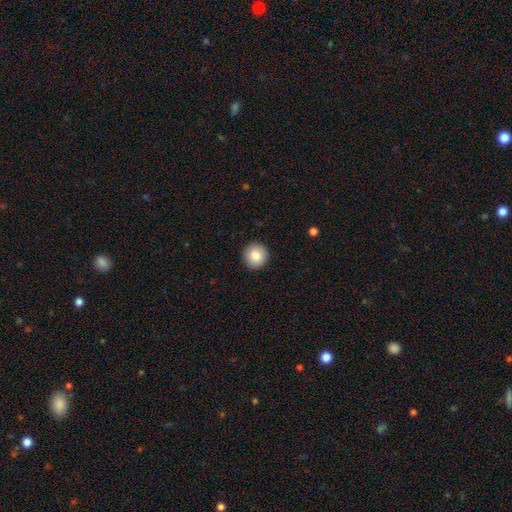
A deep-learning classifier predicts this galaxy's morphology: A smooth galaxy with no disk features (86%) that is round (94%). Merging: none (93%).